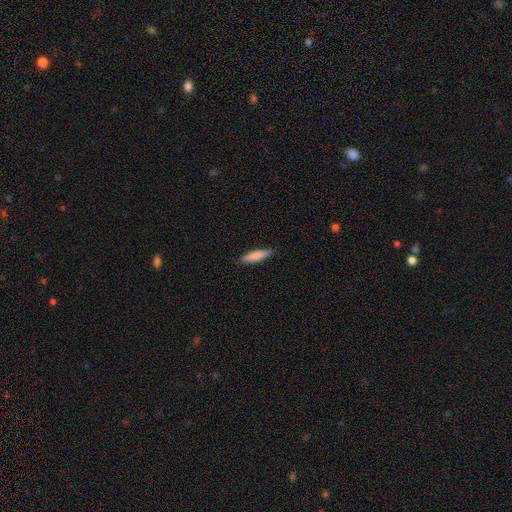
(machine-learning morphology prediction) Q: Smooth or featured?
A: smooth (79%); runner-up: featured or disk (15%)
Q: How rounded?
A: cigar-shaped (83%); runner-up: in between (16%)
Q: Merging?
A: none (87%); runner-up: minor disturbance (10%)